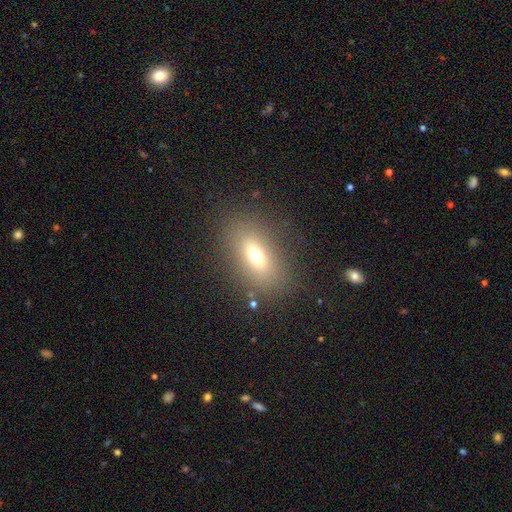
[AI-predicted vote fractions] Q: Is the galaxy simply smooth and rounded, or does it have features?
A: smooth — 66%.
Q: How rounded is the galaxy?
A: in between — 78%.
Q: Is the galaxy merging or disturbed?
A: none — 81%.